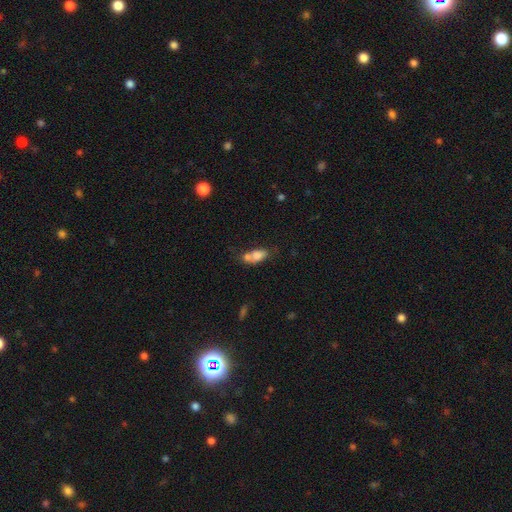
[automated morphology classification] smooth-or-featured: smooth: 72% | featured or disk: 18% | star or artifact: 9%
  how-rounded: in between: 78% | round: 13% | cigar-shaped: 9%
  merging: merger: 54% | none: 28% | minor disturbance: 12% | major disturbance: 6%